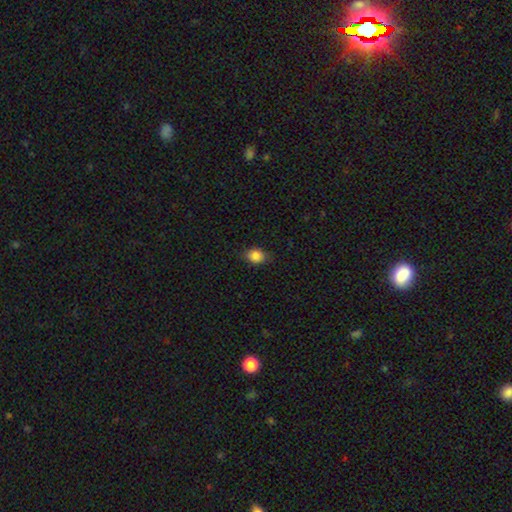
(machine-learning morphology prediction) This is clearly a smooth galaxy (85%). How rounded: possibly in between (53%). Merging: likely none (80%).